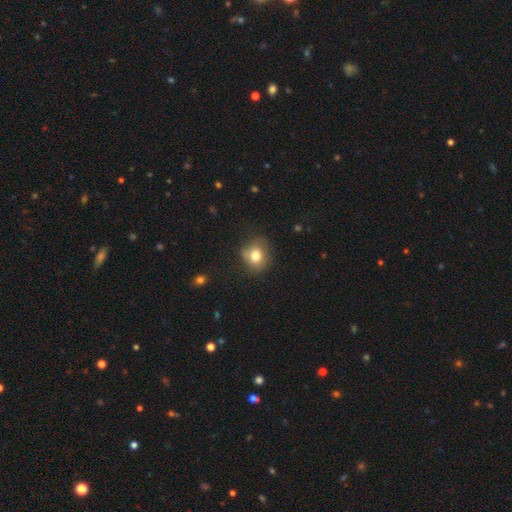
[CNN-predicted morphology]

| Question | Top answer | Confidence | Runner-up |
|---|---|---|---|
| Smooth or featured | smooth | 78% | featured or disk (12%) |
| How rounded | round | 74% | in between (25%) |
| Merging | none | 69% | minor disturbance (22%) |